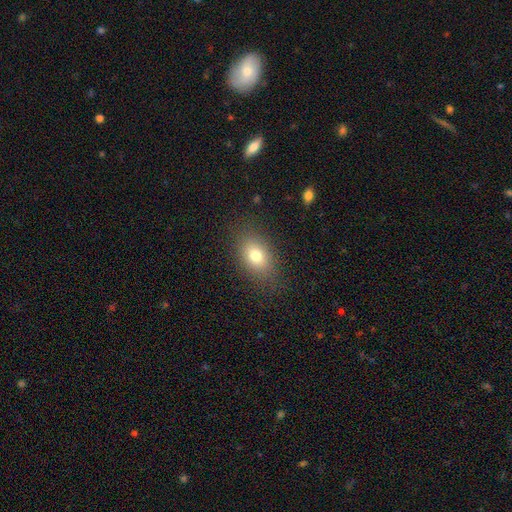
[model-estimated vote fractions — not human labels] Smooth or featured: smooth — 76% (featured or disk — 12%)
How rounded: in between — 77% (round — 21%)
Merging: none — 83% (minor disturbance — 11%)